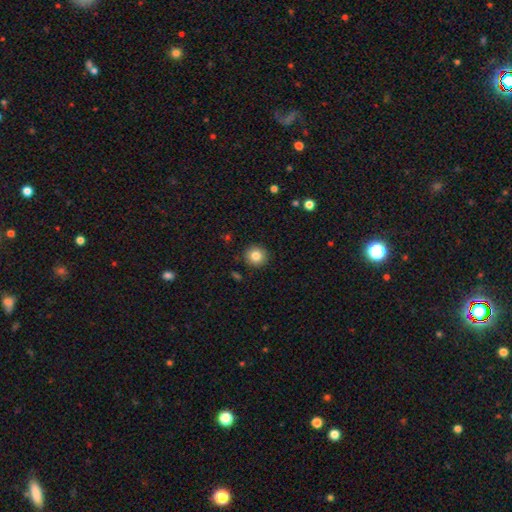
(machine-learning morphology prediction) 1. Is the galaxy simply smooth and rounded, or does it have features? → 82% smooth, 10% star or artifact, 8% featured or disk.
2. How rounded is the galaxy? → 92% round, 7% in between, 1% cigar-shaped.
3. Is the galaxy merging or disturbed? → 91% none, 6% minor disturbance, 2% major disturbance, 1% merger.